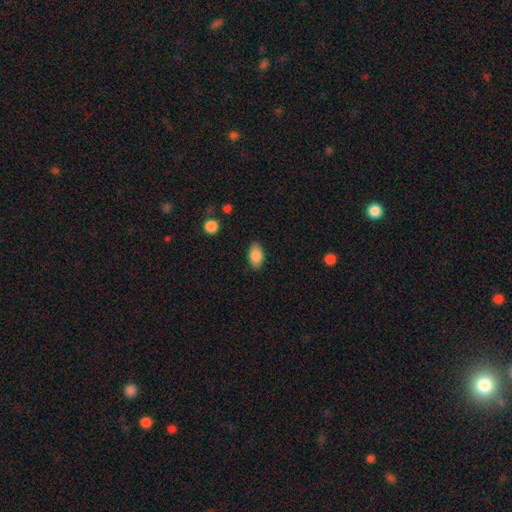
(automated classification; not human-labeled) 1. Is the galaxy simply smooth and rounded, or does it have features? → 86% smooth, 7% star or artifact, 6% featured or disk.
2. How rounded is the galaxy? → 91% in between, 6% round, 3% cigar-shaped.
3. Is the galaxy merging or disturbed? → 85% none, 11% minor disturbance, 3% major disturbance, 1% merger.